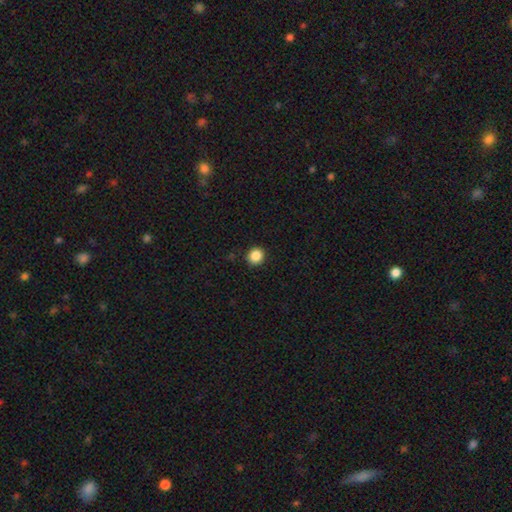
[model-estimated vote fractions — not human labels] Q: Smooth or featured?
A: smooth (87%); runner-up: star or artifact (10%)
Q: How rounded?
A: round (89%); runner-up: in between (11%)
Q: Merging?
A: none (91%); runner-up: minor disturbance (6%)